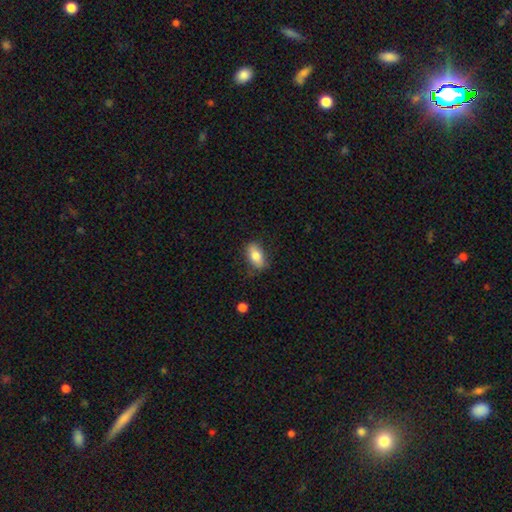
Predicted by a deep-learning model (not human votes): smooth_or_featured: smooth (p=0.80) [alt: featured or disk p=0.13]
how_rounded: in between (p=0.88) [alt: cigar-shaped p=0.06]
merging: none (p=0.76) [alt: minor disturbance p=0.18]